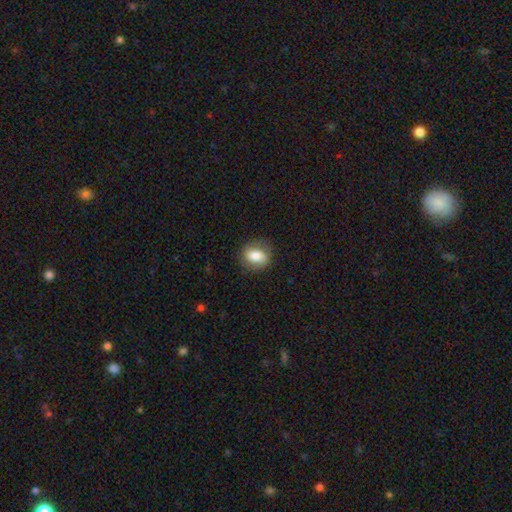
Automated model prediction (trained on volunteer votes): This is likely a smooth galaxy (68%). How rounded: possibly in between (59%). Merging: likely none (78%).